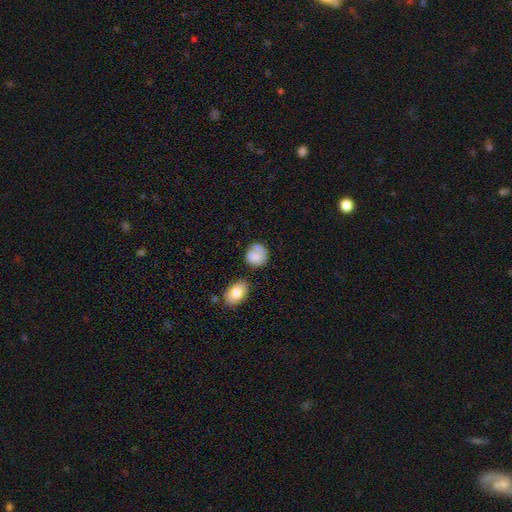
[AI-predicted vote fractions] This is likely a smooth galaxy (74%). How rounded: likely round (76%). Merging: possibly none (55%).